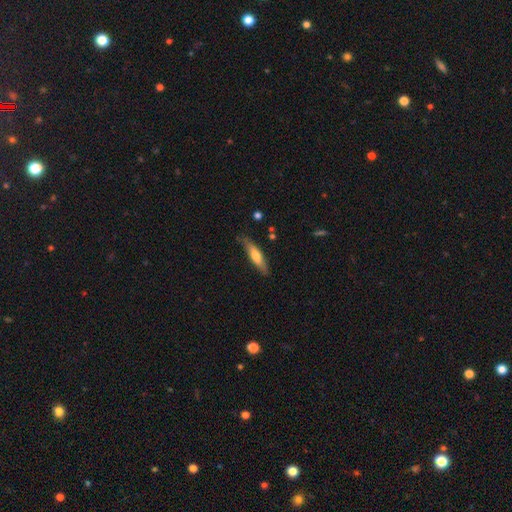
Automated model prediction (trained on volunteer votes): smooth-or-featured: smooth: 60% | featured or disk: 34% | star or artifact: 6%
  how-rounded: cigar-shaped: 74% | in between: 25% | round: 2%
  merging: none: 77% | minor disturbance: 18% | major disturbance: 3% | merger: 2%